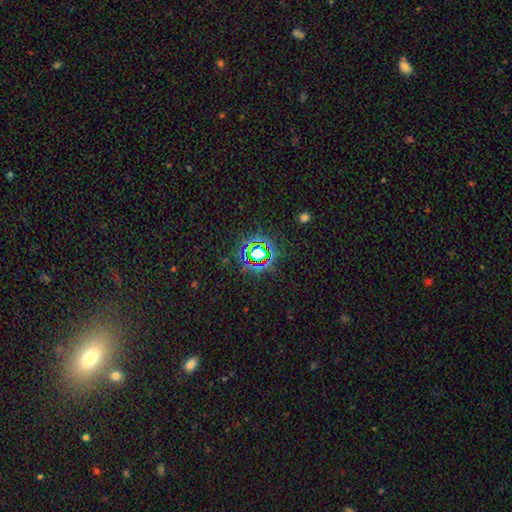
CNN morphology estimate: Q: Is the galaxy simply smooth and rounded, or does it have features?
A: star or artifact — 75%.